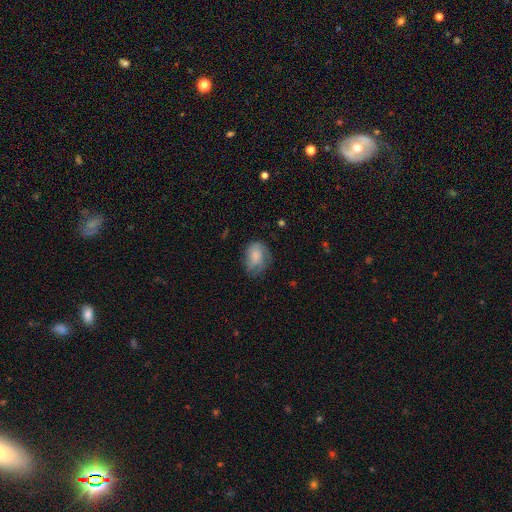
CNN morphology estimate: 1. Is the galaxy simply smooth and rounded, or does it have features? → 66% smooth, 27% featured or disk, 8% star or artifact.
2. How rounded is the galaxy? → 70% in between, 29% round, 1% cigar-shaped.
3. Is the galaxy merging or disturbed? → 58% none, 27% minor disturbance, 13% major disturbance, 1% merger.